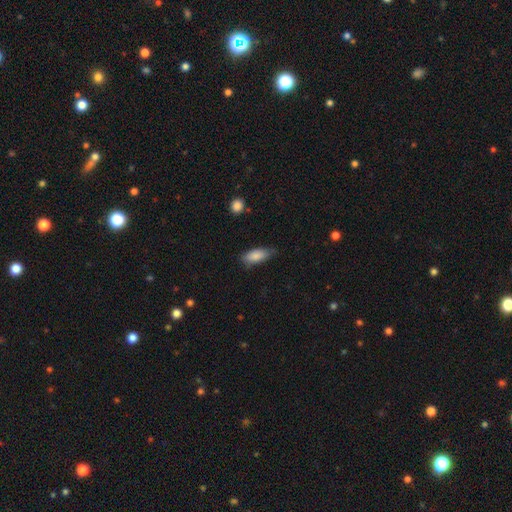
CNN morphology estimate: Smooth or featured?
  - smooth: 84% *
  - featured or disk: 9%
  - star or artifact: 7%
How rounded?
  - in between: 78% *
  - cigar-shaped: 20%
  - round: 2%
Merging?
  - none: 67% *
  - minor disturbance: 27%
  - major disturbance: 5%
  - merger: 2%